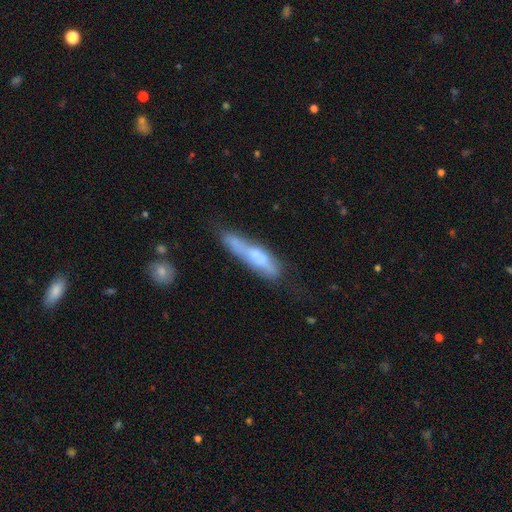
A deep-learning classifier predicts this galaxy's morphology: A smooth galaxy with no disk features (50%) that is cigar-shaped (78%).

Vote fractions:
- Smooth or featured? smooth: 50% / featured or disk: 42% / star or artifact: 7%
- How rounded? cigar-shaped: 78% / in between: 20% / round: 2%
- Merging? none: 51% / minor disturbance: 28% / major disturbance: 12% / merger: 8%